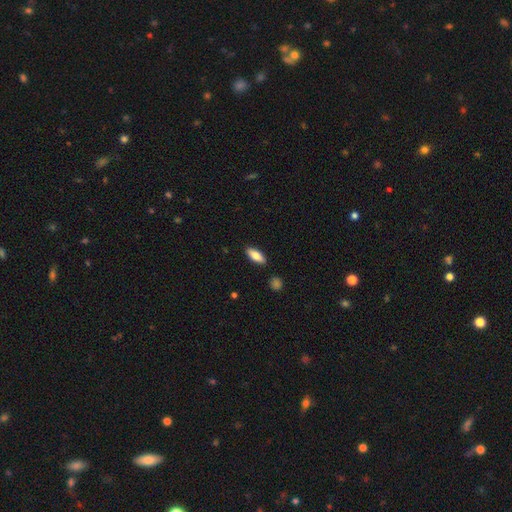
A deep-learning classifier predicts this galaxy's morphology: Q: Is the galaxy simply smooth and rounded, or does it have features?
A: smooth — 75%.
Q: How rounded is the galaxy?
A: in between — 75%.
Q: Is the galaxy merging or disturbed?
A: none — 89%.